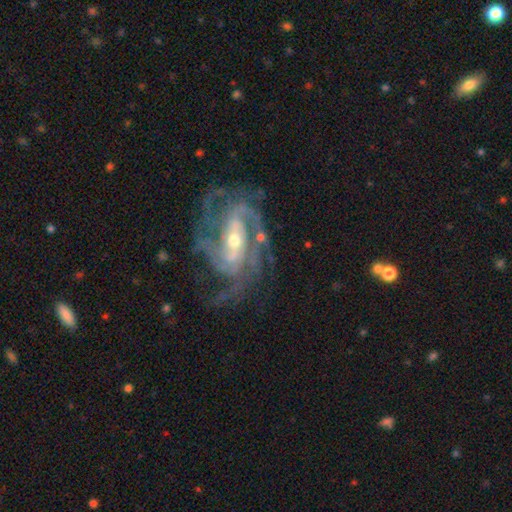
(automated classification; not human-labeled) Smooth or featured? featured or disk (92%)
Edge-on disk? no (97%)
Bar? strong (40%)
Spiral arms? yes (98%)
Spiral winding? tight (46%)
Spiral arm count? 3 (34%)
Bulge size? small (52%)
Merging? none (68%)